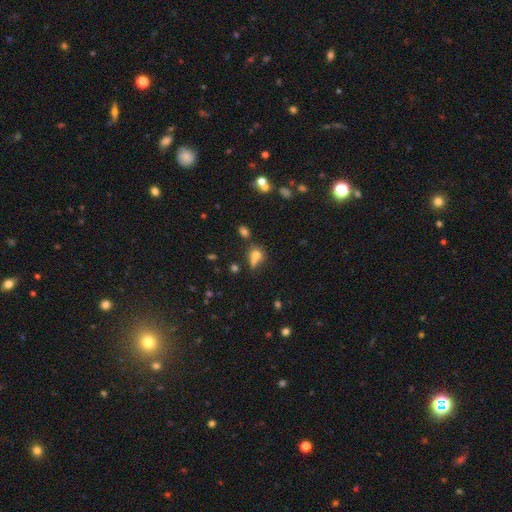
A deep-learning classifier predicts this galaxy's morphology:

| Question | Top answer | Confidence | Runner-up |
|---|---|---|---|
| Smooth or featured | smooth | 71% | star or artifact (16%) |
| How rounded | round | 64% | in between (33%) |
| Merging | none | 41% | merger (35%) |